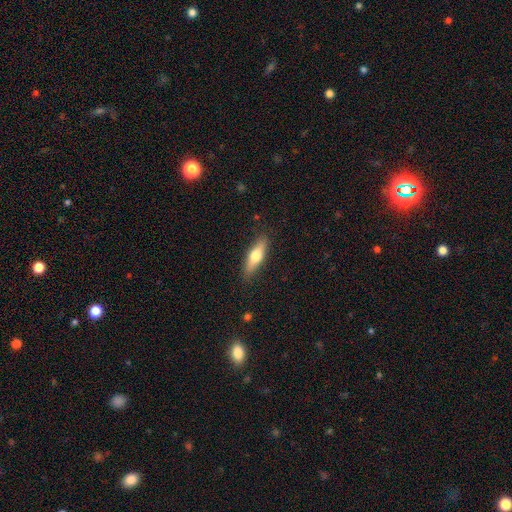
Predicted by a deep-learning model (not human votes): Smooth or featured?
  - smooth: 59% *
  - featured or disk: 35%
  - star or artifact: 6%
How rounded?
  - cigar-shaped: 57% *
  - in between: 40%
  - round: 3%
Merging?
  - none: 86% *
  - minor disturbance: 11%
  - major disturbance: 2%
  - merger: 1%